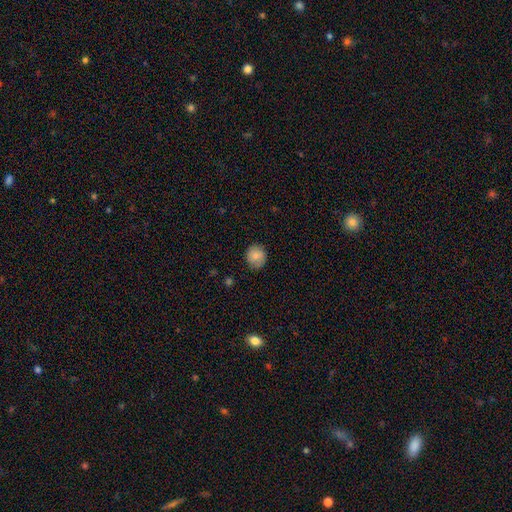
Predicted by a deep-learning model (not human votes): smooth 83%, star or artifact 8%, featured or disk 8%. Down the decision tree: how rounded — round (82%); merging — none (83%).